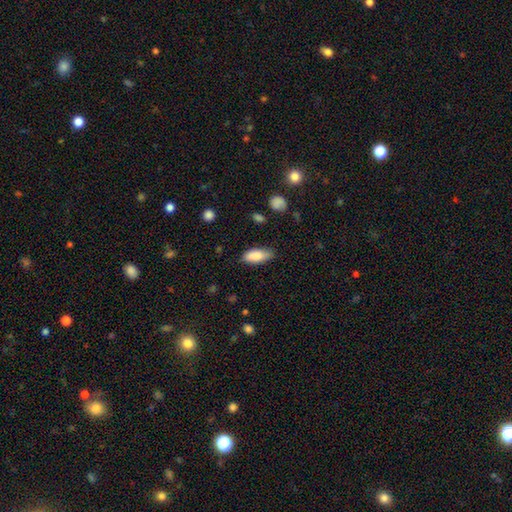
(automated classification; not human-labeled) Smooth or featured?
  - smooth: 85% *
  - featured or disk: 8%
  - star or artifact: 7%
How rounded?
  - in between: 83% *
  - cigar-shaped: 14%
  - round: 2%
Merging?
  - none: 77% *
  - minor disturbance: 18%
  - major disturbance: 3%
  - merger: 2%